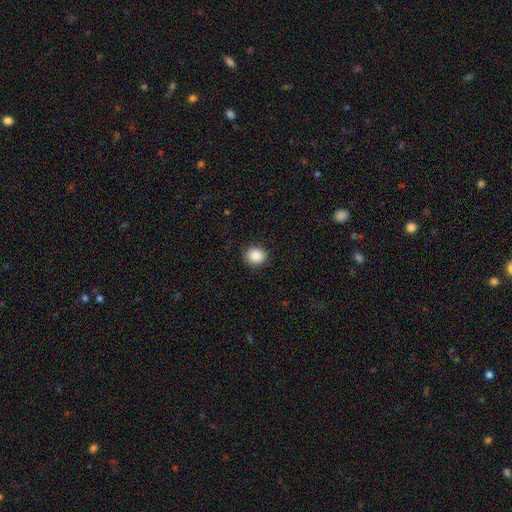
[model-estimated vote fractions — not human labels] Smooth or featured?
  - smooth: 88% *
  - star or artifact: 9%
  - featured or disk: 3%
How rounded?
  - round: 79% *
  - in between: 20%
  - cigar-shaped: 1%
Merging?
  - none: 90% *
  - minor disturbance: 7%
  - major disturbance: 2%
  - merger: 1%